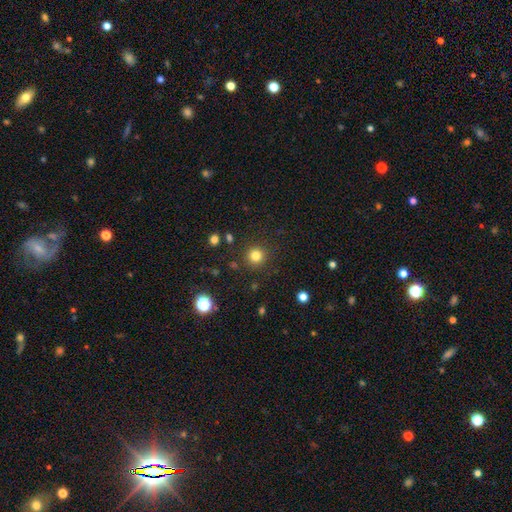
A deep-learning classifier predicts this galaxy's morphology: Smooth or featured? Predicted: smooth (p=0.82). How rounded? Predicted: round (p=0.94). Merging? Predicted: none (p=0.89).